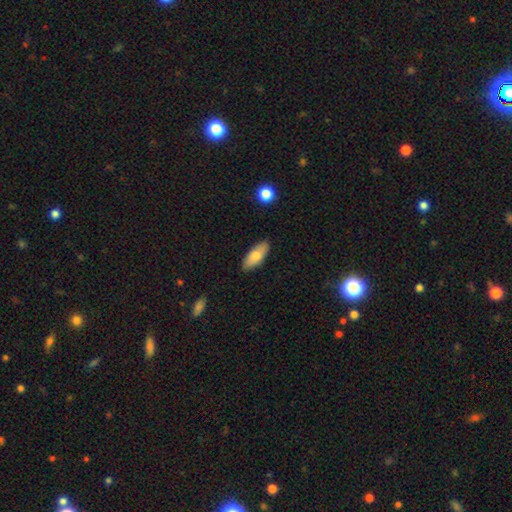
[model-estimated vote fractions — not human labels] Q: Smooth or featured?
A: smooth (76%); runner-up: featured or disk (18%)
Q: How rounded?
A: in between (78%); runner-up: cigar-shaped (20%)
Q: Merging?
A: none (87%); runner-up: minor disturbance (10%)